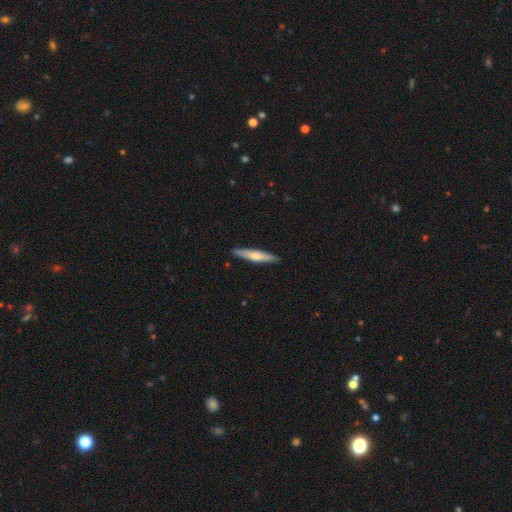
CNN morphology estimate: The model was most divided on "smooth or featured": smooth: 56%, featured or disk: 39%, star or artifact: 5%. More confident: how rounded — cigar-shaped (91%); merging — none (90%).